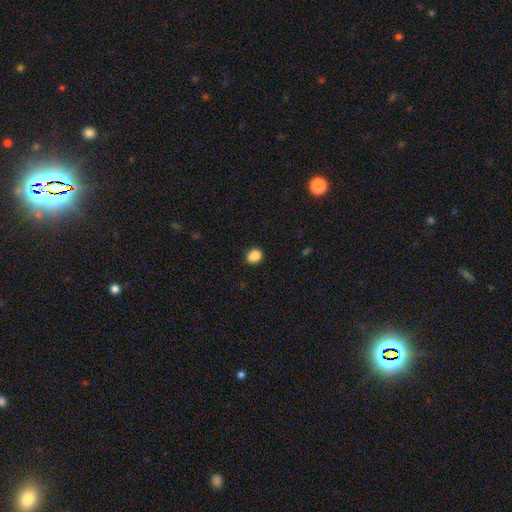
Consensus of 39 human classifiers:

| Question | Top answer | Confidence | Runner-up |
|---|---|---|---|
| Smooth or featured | smooth | 87% | star or artifact (10%) |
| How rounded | round | 50% | tied: in between (50%) |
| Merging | none | 80% | minor disturbance (14%) |